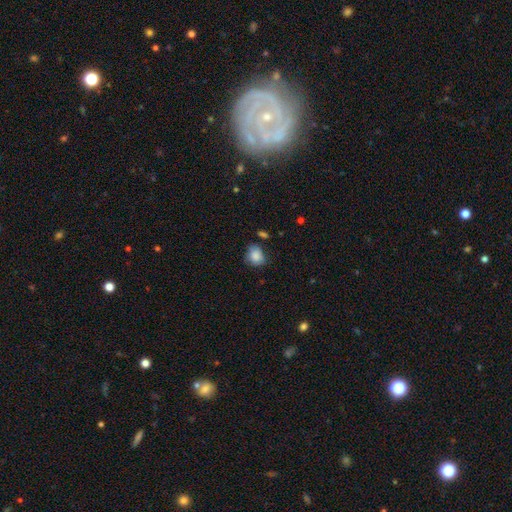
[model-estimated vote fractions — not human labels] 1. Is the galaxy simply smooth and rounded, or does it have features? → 82% smooth, 9% featured or disk, 8% star or artifact.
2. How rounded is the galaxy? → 51% in between, 48% round, 1% cigar-shaped.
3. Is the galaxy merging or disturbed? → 57% none, 31% minor disturbance, 8% major disturbance, 5% merger.